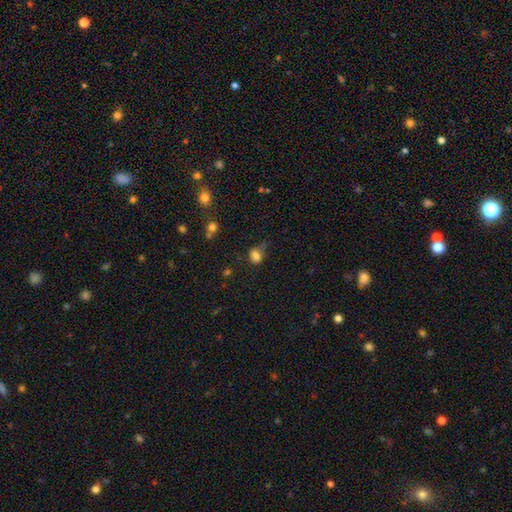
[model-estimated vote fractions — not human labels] smooth_or_featured: smooth (p=0.78) [alt: star or artifact p=0.14]
how_rounded: in between (p=0.64) [alt: round p=0.34]
merging: none (p=0.46) [alt: minor disturbance p=0.31]